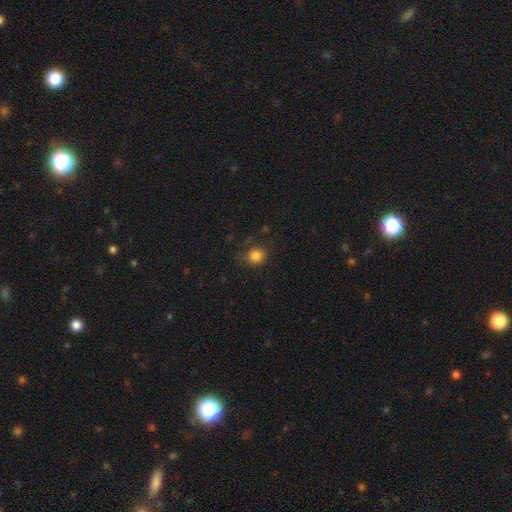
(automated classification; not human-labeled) Smooth or featured? smooth (84%)
How rounded? round (86%)
Merging? none (82%)